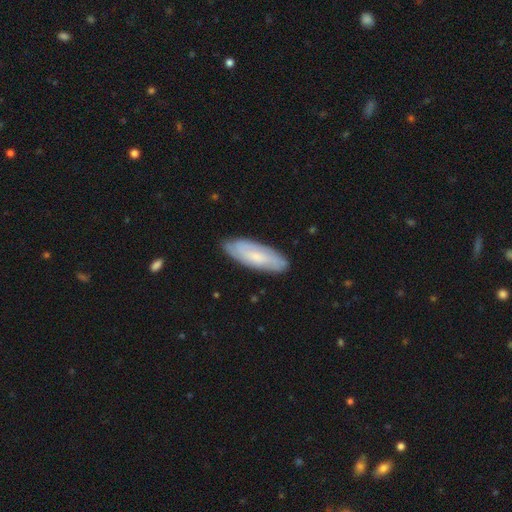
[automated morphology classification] type=featured or disk (48%); merging=none (83%).